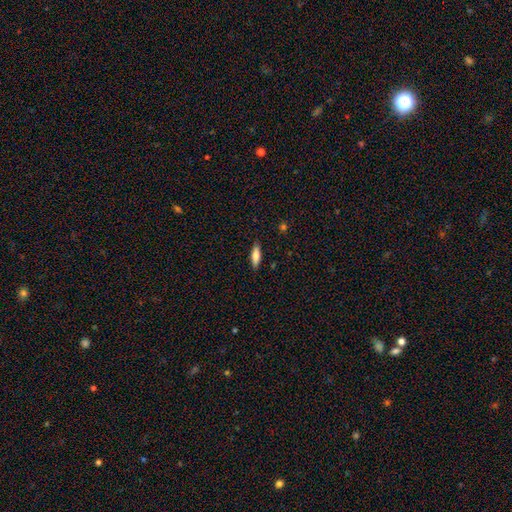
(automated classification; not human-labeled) The model was most divided on "how rounded": in between: 51%, cigar-shaped: 47%, round: 2%. More confident: merging — none (89%); smooth or featured — smooth (71%).